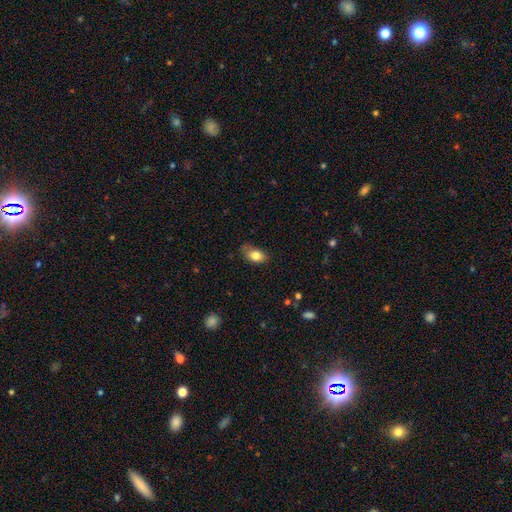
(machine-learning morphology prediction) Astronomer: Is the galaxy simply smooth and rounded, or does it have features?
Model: smooth — 81%.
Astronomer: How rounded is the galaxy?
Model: in between — 85%.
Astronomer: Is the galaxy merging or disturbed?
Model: none — 60%.